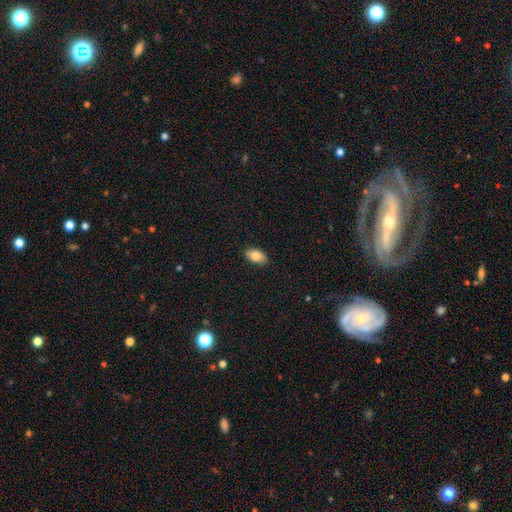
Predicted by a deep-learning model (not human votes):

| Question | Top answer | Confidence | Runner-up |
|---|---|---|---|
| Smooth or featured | smooth | 83% | featured or disk (10%) |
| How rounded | in between | 92% | round (5%) |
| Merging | none | 88% | minor disturbance (10%) |